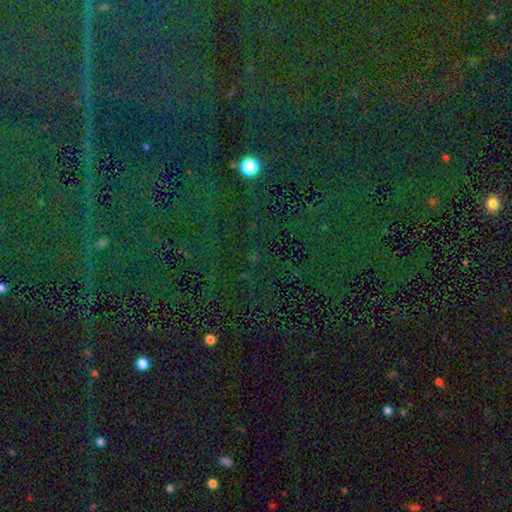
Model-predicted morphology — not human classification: Smooth or featured?
  - star or artifact: 81% *
  - smooth: 11%
  - featured or disk: 8%